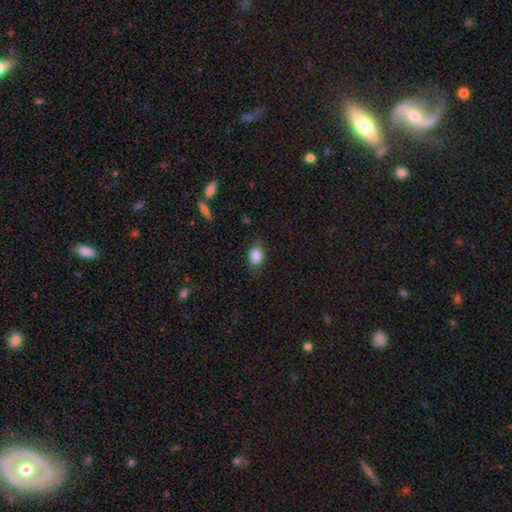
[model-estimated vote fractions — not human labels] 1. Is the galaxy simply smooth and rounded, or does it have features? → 86% smooth, 9% star or artifact, 6% featured or disk.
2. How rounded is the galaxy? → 74% in between, 25% round, 2% cigar-shaped.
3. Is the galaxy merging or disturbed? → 79% none, 16% minor disturbance, 4% major disturbance, 1% merger.